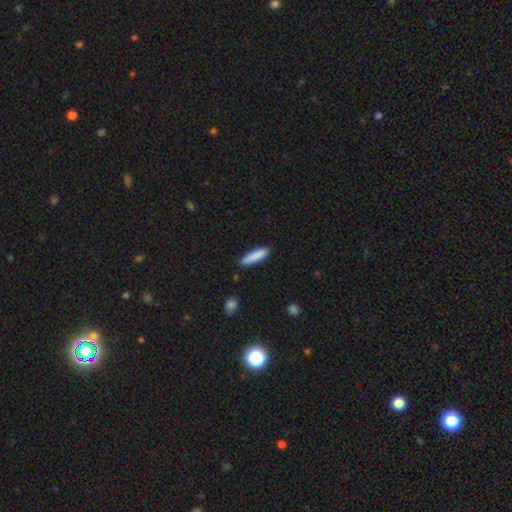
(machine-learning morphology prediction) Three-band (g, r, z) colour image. It shows a smooth galaxy with no disk features (86%) that is cigar-shaped (77%). Merging: none (81%).